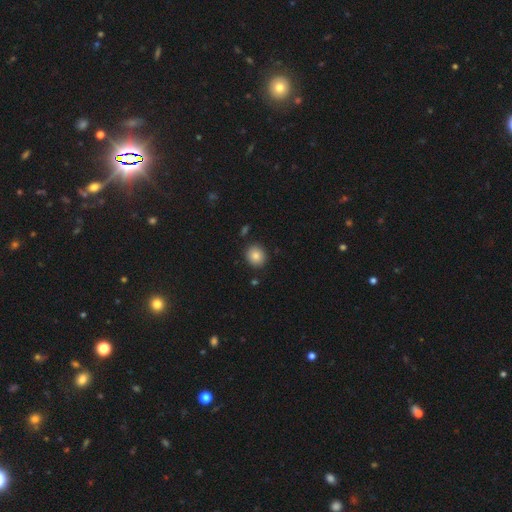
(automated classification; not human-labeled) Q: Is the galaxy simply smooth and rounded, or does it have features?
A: smooth — 84%.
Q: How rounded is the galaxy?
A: round — 76%.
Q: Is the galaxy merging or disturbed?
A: none — 88%.